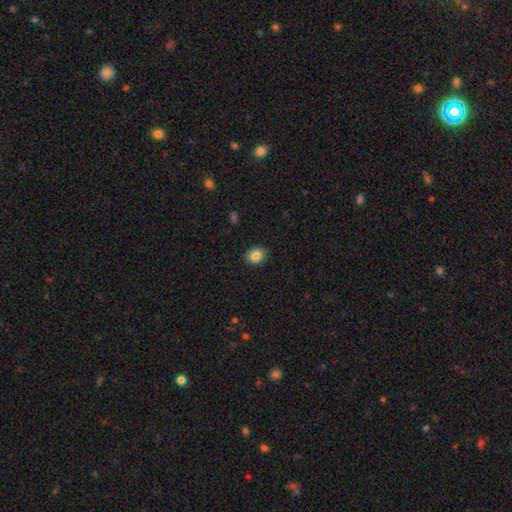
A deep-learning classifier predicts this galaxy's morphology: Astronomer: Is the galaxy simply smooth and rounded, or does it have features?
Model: smooth — 84%.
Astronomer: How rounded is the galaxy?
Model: round — 50% (runner-up: in between, 49%).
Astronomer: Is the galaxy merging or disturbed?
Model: none — 90%.